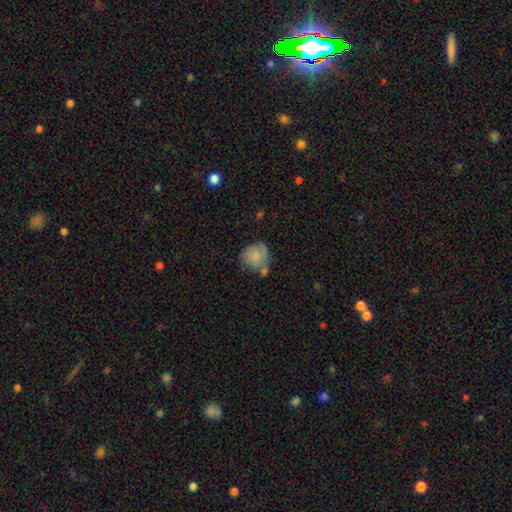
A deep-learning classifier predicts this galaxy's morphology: Q: Smooth or featured?
A: smooth (75%); runner-up: featured or disk (17%)
Q: How rounded?
A: round (73%); runner-up: in between (25%)
Q: Merging?
A: none (42%); runner-up: minor disturbance (26%)